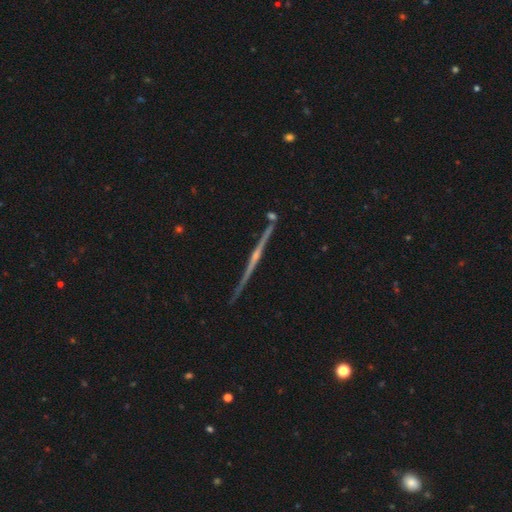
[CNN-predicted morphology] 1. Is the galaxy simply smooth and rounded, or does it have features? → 82% featured or disk, 11% smooth, 7% star or artifact.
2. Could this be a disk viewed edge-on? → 98% yes, 2% no.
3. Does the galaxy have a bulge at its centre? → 60% rounded, 30% none, 9% boxy.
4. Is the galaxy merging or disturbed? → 88% none, 8% minor disturbance, 2% merger, 2% major disturbance.